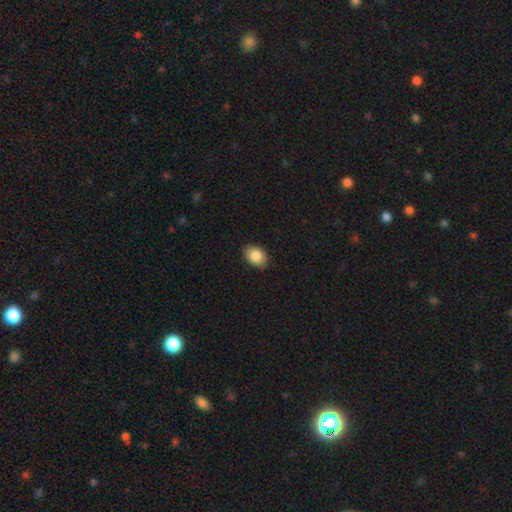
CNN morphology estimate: Smooth or featured?
  - smooth: 86% *
  - star or artifact: 8%
  - featured or disk: 7%
How rounded?
  - in between: 76% *
  - round: 23%
  - cigar-shaped: 1%
Merging?
  - none: 87% *
  - minor disturbance: 10%
  - major disturbance: 2%
  - merger: 1%